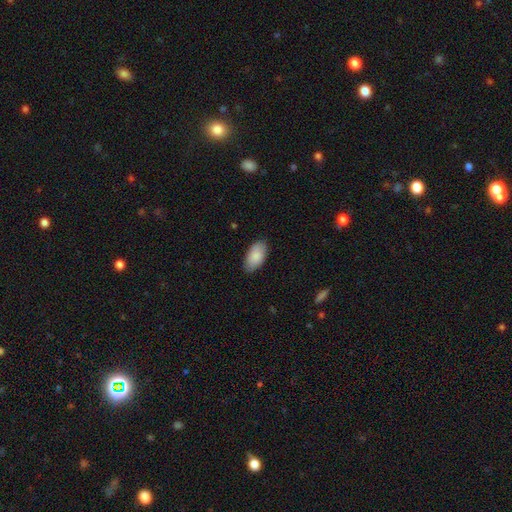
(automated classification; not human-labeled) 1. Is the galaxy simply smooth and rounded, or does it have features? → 87% smooth, 7% featured or disk, 6% star or artifact.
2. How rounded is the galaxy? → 95% in between, 3% round, 2% cigar-shaped.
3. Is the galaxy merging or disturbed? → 84% none, 13% minor disturbance, 2% major disturbance, 1% merger.